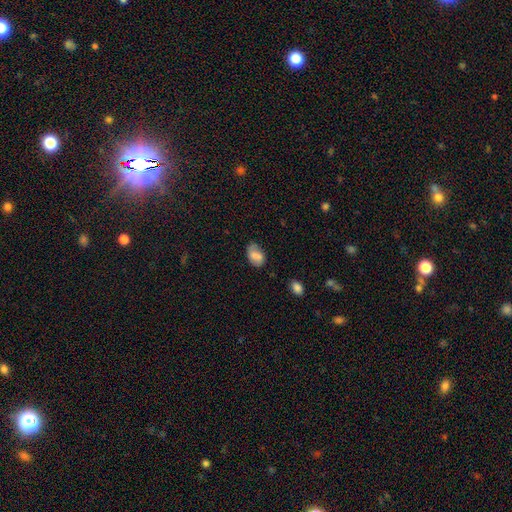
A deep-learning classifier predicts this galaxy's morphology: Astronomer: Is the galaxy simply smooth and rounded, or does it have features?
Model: smooth — 74%.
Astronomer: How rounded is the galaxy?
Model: in between — 86%.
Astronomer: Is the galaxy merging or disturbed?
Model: none — 60%.